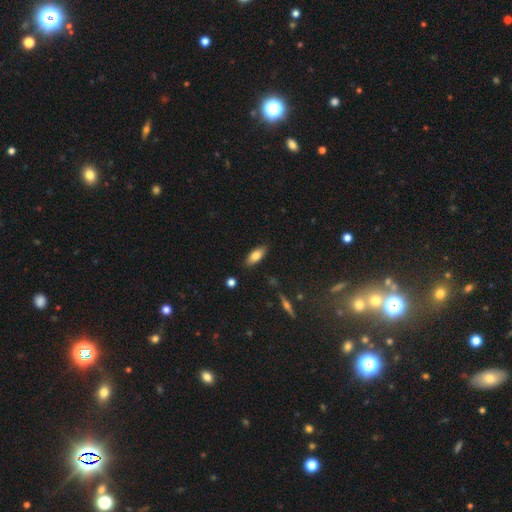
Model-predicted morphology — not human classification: Smooth or featured? smooth (77%)
How rounded? in between (78%)
Merging? none (85%)